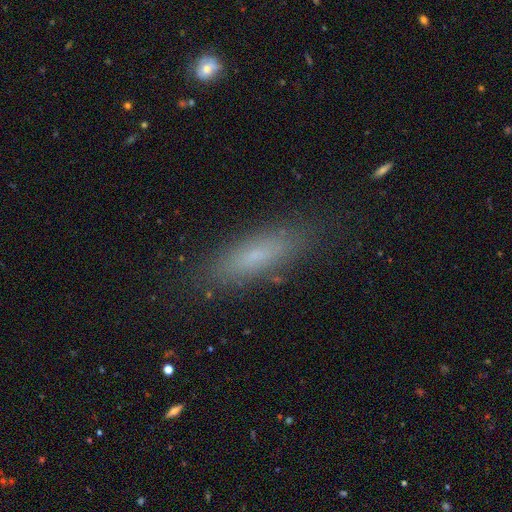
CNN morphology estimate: smooth_or_featured: smooth (p=0.71) [alt: featured or disk p=0.18]
how_rounded: cigar-shaped (p=0.53) [alt: in between p=0.44]
merging: none (p=0.85) [alt: minor disturbance p=0.10]